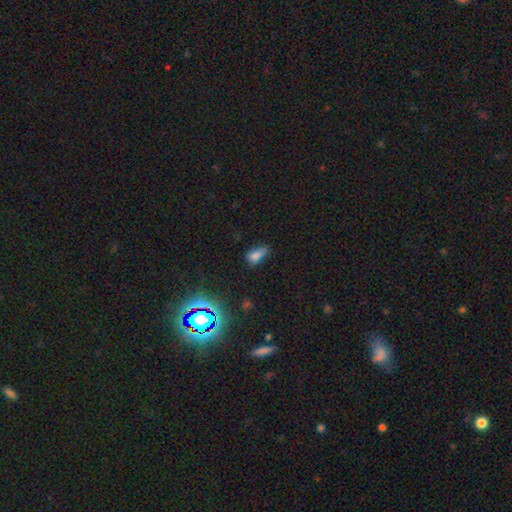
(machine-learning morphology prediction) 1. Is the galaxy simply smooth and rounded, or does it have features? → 72% smooth, 17% star or artifact, 10% featured or disk.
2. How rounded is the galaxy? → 83% in between, 11% cigar-shaped, 6% round.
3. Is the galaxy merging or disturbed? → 45% none, 36% minor disturbance, 15% major disturbance, 4% merger.